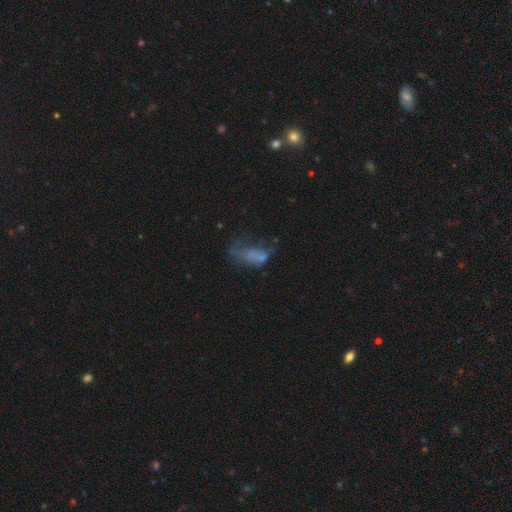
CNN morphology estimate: Overall: smooth (49%; featured or disk 33%). Merging: major disturbance (47%; none 24%).